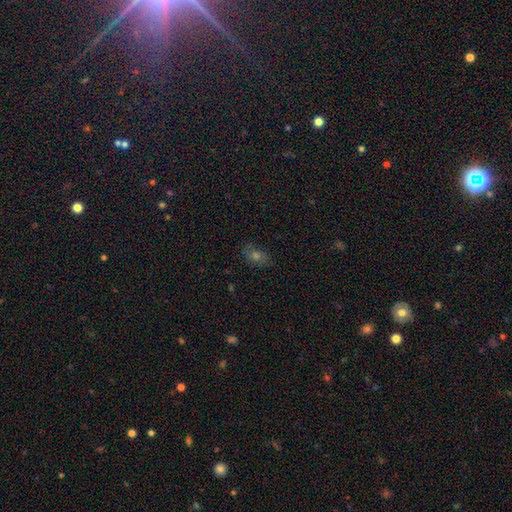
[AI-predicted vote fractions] smooth 59%, star or artifact 24%, featured or disk 18%. Down the decision tree: how rounded — in between (76%); merging — none (78%).